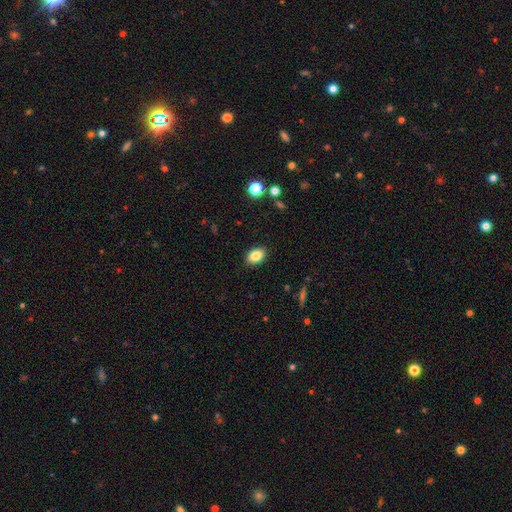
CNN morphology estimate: A smooth galaxy with no disk features (85%) that is in between round and cigar-shaped (85%).

Vote fractions:
- Smooth or featured? smooth: 85% / star or artifact: 9% / featured or disk: 6%
- How rounded? in between: 85% / round: 14% / cigar-shaped: 1%
- Merging? none: 89% / minor disturbance: 8% / major disturbance: 2% / merger: 1%